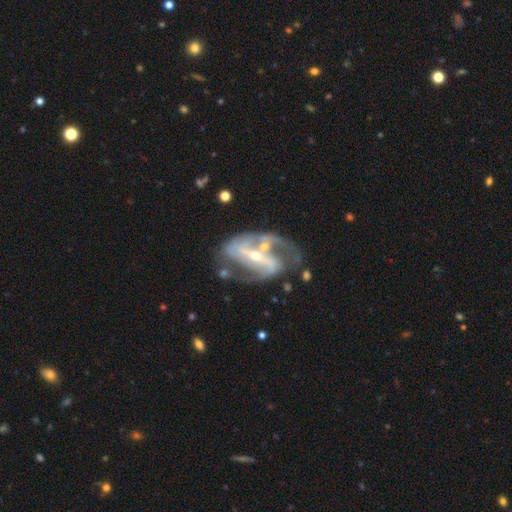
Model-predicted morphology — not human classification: The model was most divided on "spiral winding": medium: 48%, loose: 28%, tight: 23%. More confident: edge-on disk — no (95%); spiral arms — yes (94%); smooth or featured — featured or disk (90%); spiral arm count — 2 (83%); bar — strong (72%); bulge size — small (66%); merging — none (56%).